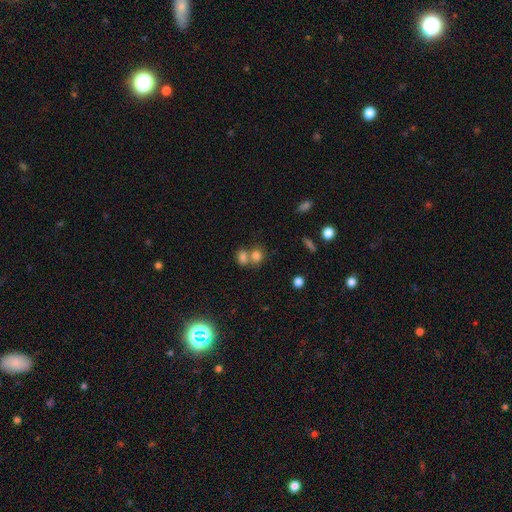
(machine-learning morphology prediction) Smooth or featured: smooth — 77% (star or artifact — 13%)
How rounded: round — 51% (in between — 47%)
Merging: merger — 51% (none — 36%)